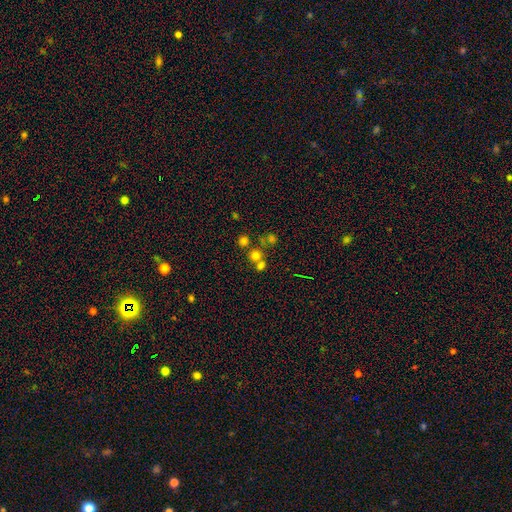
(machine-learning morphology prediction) Smooth or featured? Predicted: smooth (p=0.66). How rounded? Predicted: round (p=0.89). Merging? Predicted: none (p=0.59).